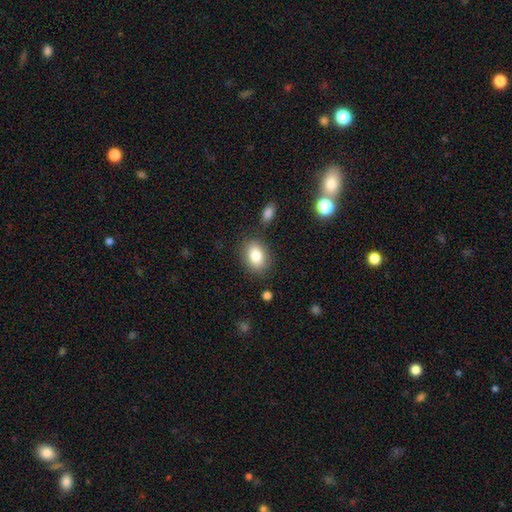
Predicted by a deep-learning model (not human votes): Smooth or featured?
  - smooth: 83% *
  - featured or disk: 9%
  - star or artifact: 8%
How rounded?
  - in between: 79% *
  - round: 20%
  - cigar-shaped: 1%
Merging?
  - none: 82% *
  - minor disturbance: 11%
  - merger: 4%
  - major disturbance: 3%